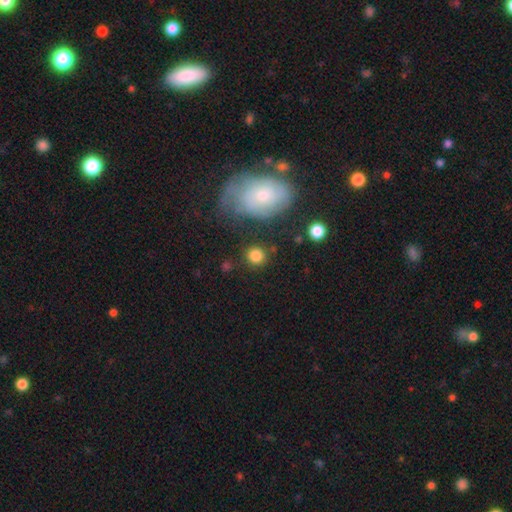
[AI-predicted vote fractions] smooth_or_featured: smooth (p=0.84) [alt: star or artifact p=0.09]
how_rounded: round (p=0.89) [alt: in between p=0.10]
merging: none (p=0.83) [alt: minor disturbance p=0.09]